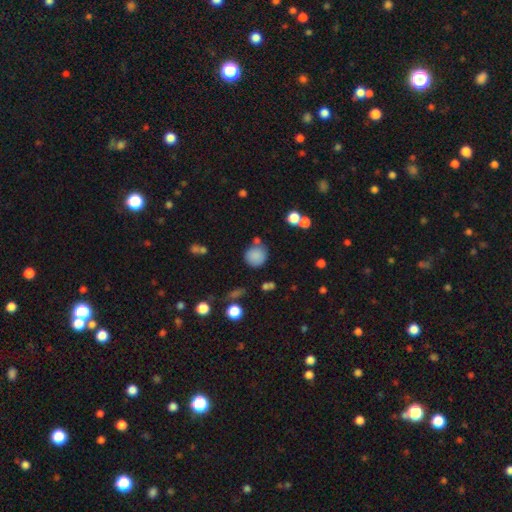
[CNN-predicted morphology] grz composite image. It shows a smooth galaxy with no disk features (83%) that is round (88%). Merging: none (69%).